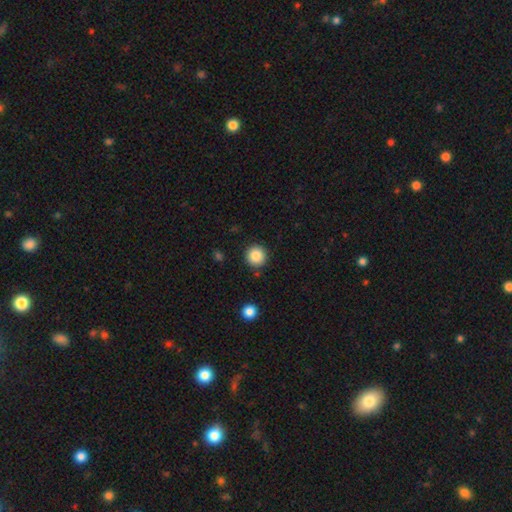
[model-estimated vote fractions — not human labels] This is clearly a smooth galaxy (86%). How rounded: clearly round (95%). Merging: clearly none (89%).